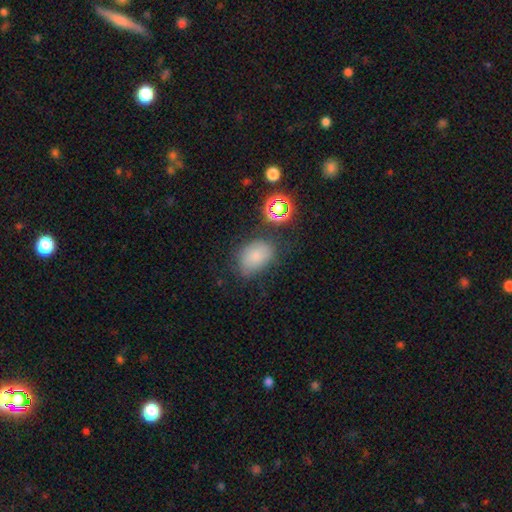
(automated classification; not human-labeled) This is likely a smooth galaxy (75%). How rounded: likely in between (77%). Merging: likely none (65%).